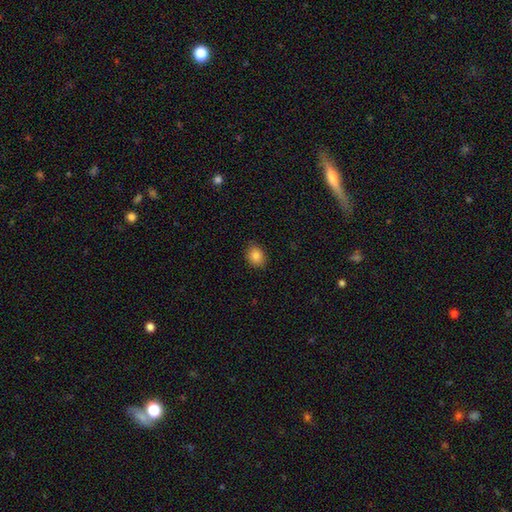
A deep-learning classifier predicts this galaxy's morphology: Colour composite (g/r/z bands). It shows a smooth galaxy with no disk features (85%) that is in between round and cigar-shaped (51%). Merging: none (87%).